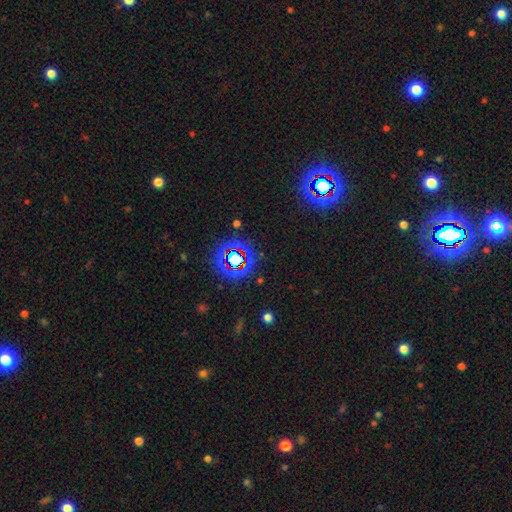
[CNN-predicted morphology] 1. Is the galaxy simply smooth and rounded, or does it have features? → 68% star or artifact, 21% smooth, 11% featured or disk.